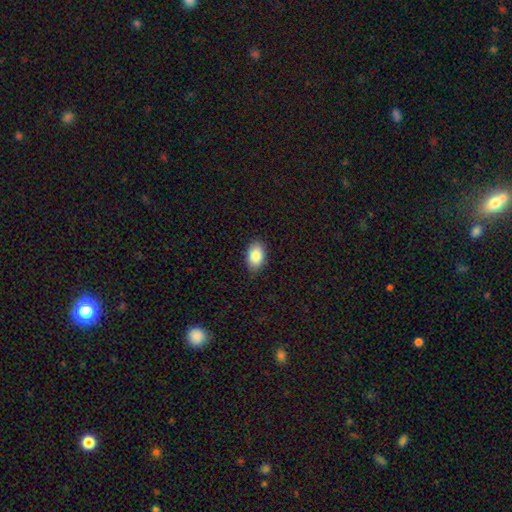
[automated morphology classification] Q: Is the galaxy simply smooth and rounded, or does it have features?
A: smooth — 87%.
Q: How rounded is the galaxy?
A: in between — 90%.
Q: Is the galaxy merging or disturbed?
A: none — 87%.